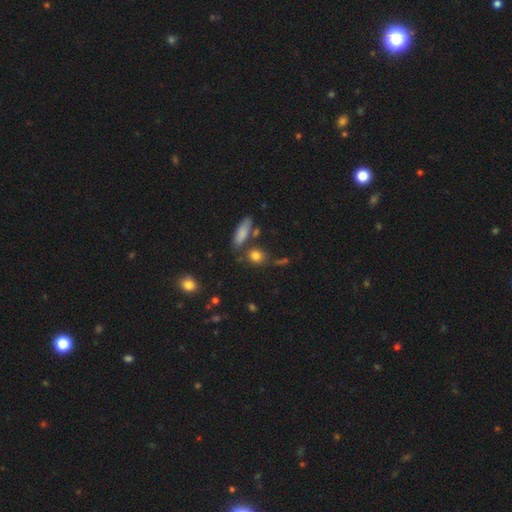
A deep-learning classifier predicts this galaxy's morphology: smooth 81%, star or artifact 11%, featured or disk 8%. Down the decision tree: how rounded — round (63%); merging — none (68%).